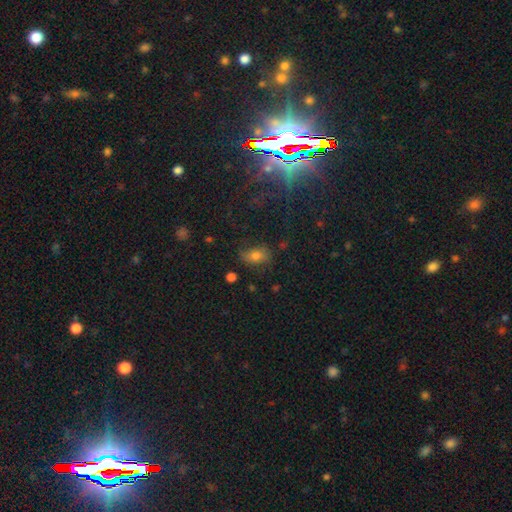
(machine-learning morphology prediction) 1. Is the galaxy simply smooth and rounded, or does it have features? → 66% smooth, 17% featured or disk, 17% star or artifact.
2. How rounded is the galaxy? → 80% in between, 17% round, 3% cigar-shaped.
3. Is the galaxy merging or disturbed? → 68% none, 21% minor disturbance, 8% major disturbance, 3% merger.